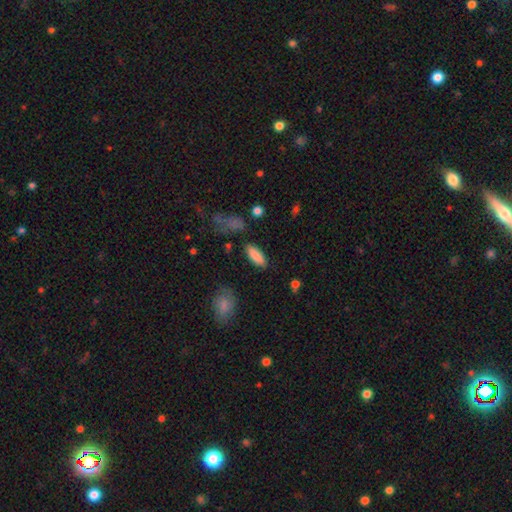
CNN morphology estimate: Smooth or featured? smooth (86%)
How rounded? in between (73%)
Merging? none (85%)